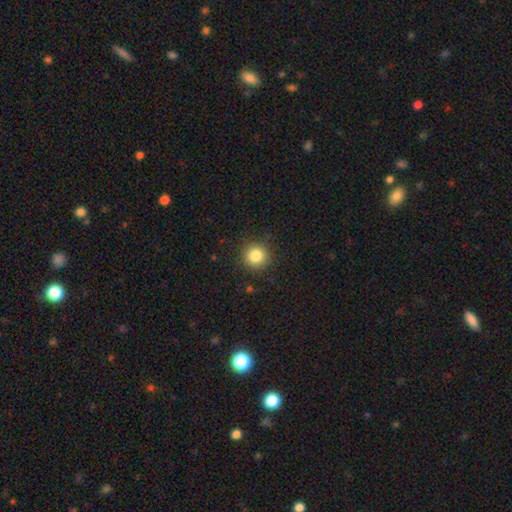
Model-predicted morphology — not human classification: Smooth or featured? smooth (83%)
How rounded? round (94%)
Merging? none (89%)